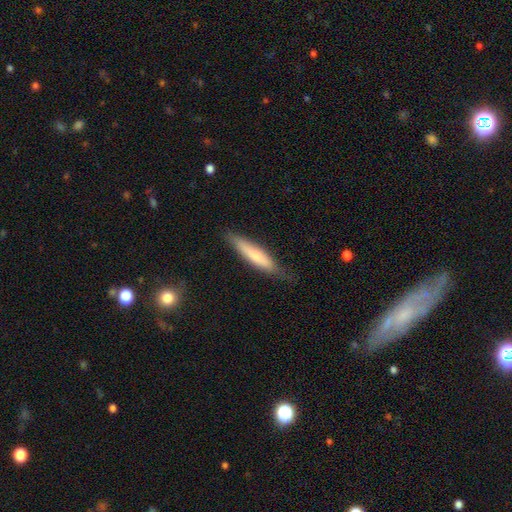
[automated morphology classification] smooth_or_featured: smooth (p=0.68) [alt: featured or disk p=0.27]
how_rounded: cigar-shaped (p=0.82) [alt: in between p=0.17]
merging: none (p=0.75) [alt: minor disturbance p=0.20]